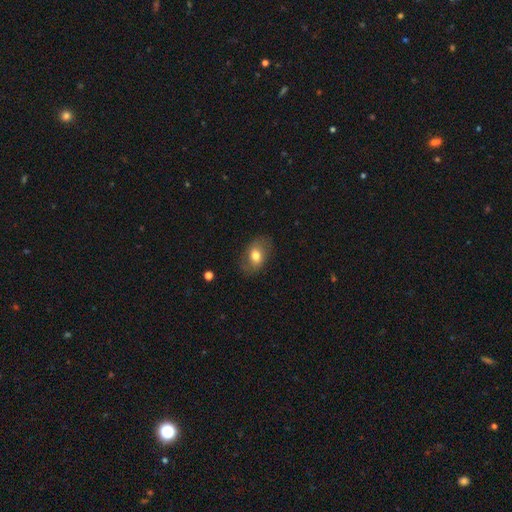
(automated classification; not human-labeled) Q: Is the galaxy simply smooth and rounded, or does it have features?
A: smooth — 68%.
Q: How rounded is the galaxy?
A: in between — 79%.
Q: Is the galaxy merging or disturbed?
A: none — 76%.